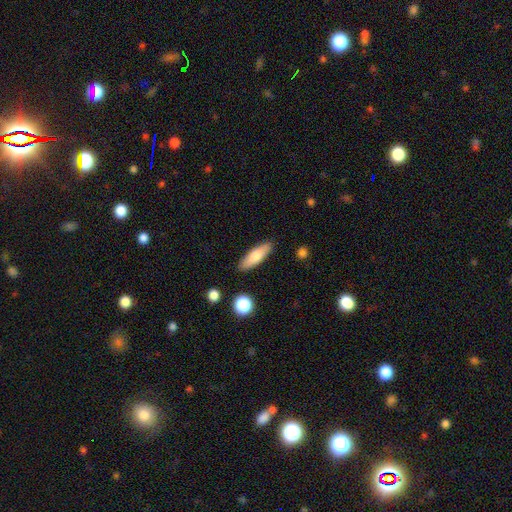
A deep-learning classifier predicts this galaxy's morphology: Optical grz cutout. It shows a smooth galaxy with no disk features (73%) that is cigar-shaped (50%). Merging: none (87%).